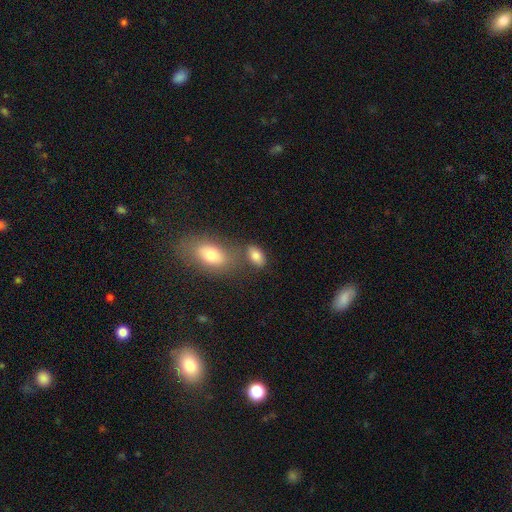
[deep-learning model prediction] smooth_or_featured: smooth (p=0.82) [alt: star or artifact p=0.09]
how_rounded: in between (p=0.90) [alt: round p=0.07]
merging: none (p=0.64) [alt: merger p=0.18]